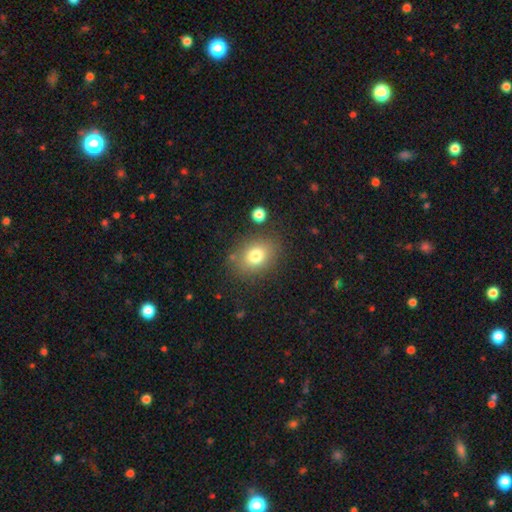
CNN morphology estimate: Q: Smooth or featured?
A: smooth (78%); runner-up: star or artifact (11%)
Q: How rounded?
A: in between (57%); runner-up: round (42%)
Q: Merging?
A: none (79%); runner-up: minor disturbance (12%)